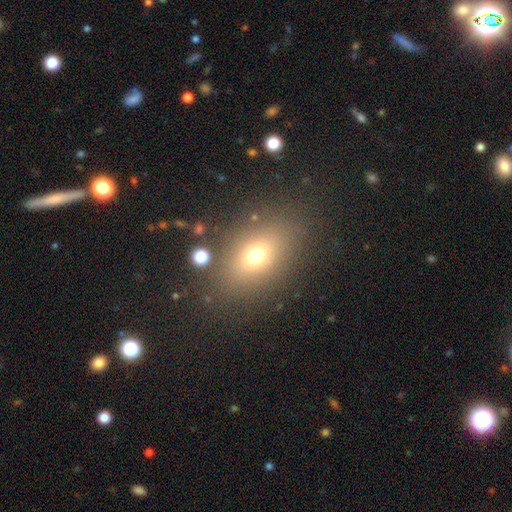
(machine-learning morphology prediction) The model was most divided on "how rounded": in between: 73%, round: 24%, cigar-shaped: 3%. More confident: merging — none (81%); smooth or featured — smooth (67%).